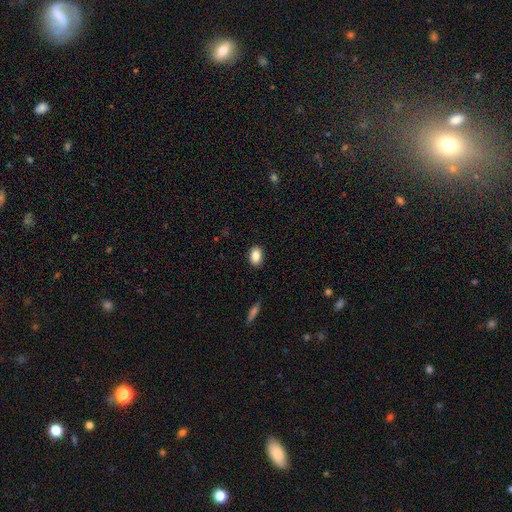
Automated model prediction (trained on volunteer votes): Overall: smooth (87%). How rounded: in between (82%). Merging: none (89%).